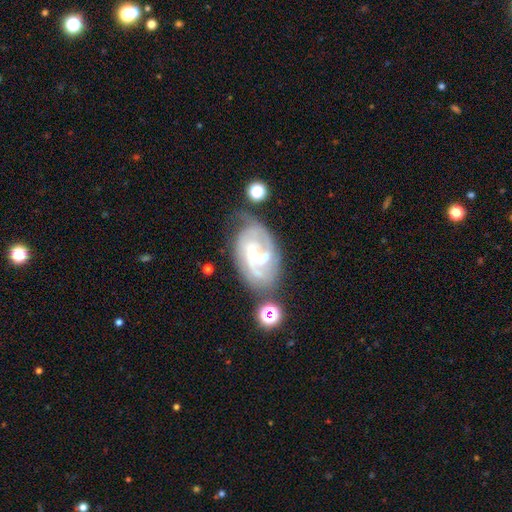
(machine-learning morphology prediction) featured or disk 80%, smooth 12%, star or artifact 8%. Down the decision tree: edge-on disk — no (97%); bar — weak (45%); spiral arms — yes (92%); spiral arm count — 2 (45%); spiral winding — tight (49%); bulge size — small (49%); merging — none (51%).